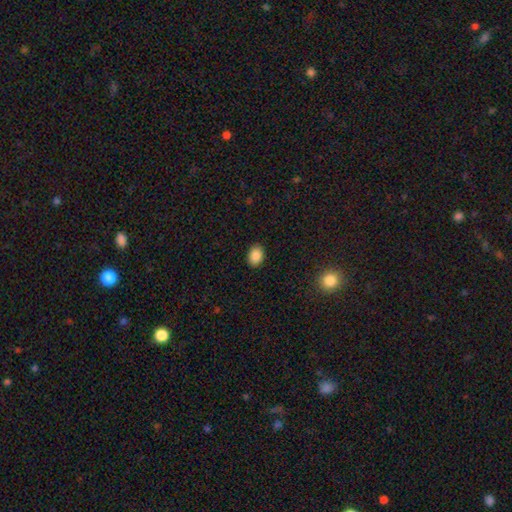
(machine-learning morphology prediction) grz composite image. It shows a smooth galaxy with no disk features (88%) that is in between round and cigar-shaped (73%). Merging: none (89%).